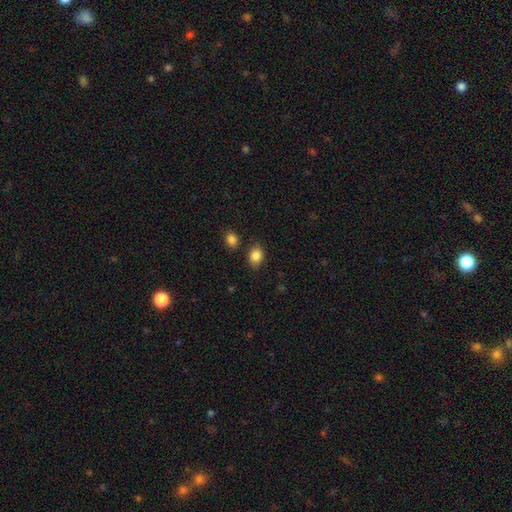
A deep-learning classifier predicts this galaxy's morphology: Overall: smooth (87%). How rounded: in between (53%; round 46%). Merging: none (80%).